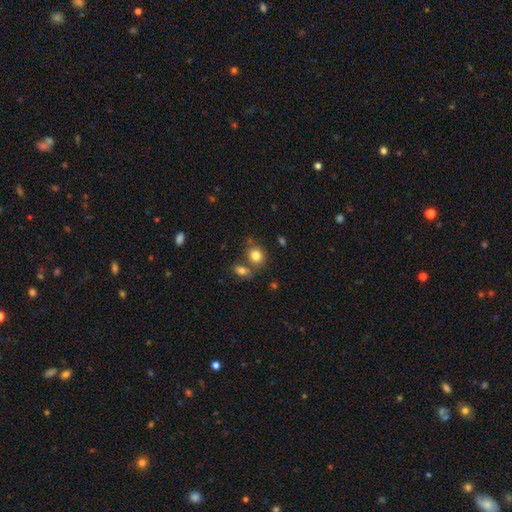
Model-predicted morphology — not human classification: A smooth galaxy with no disk features (82%) that is round (68%). Merging: none (59%).